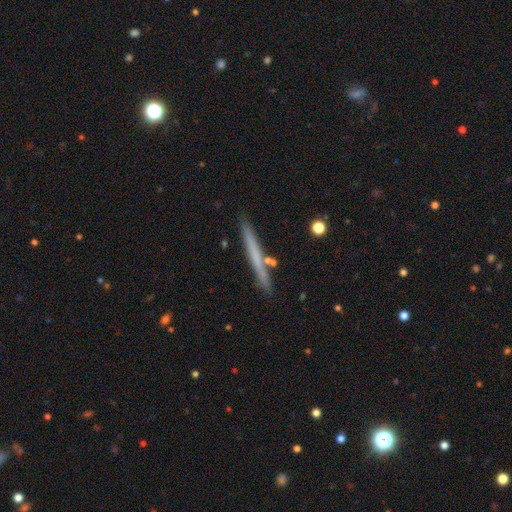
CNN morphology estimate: A smooth galaxy with no disk features (52%) that is cigar-shaped (97%). Merging: none (85%).